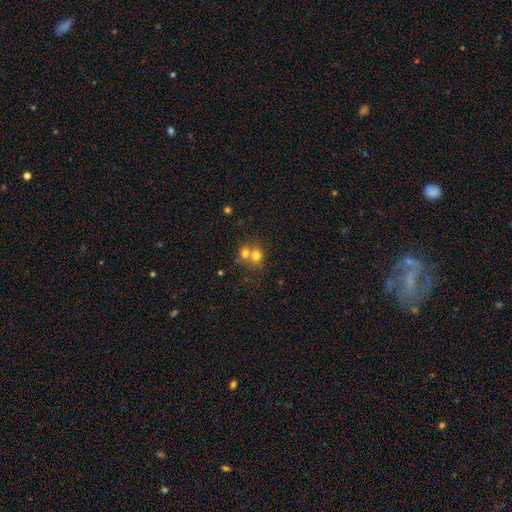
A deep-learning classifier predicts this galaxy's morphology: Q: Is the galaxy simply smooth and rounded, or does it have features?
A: smooth — 72%.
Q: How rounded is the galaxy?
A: round — 75%.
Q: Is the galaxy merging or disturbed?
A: merger — 58%.